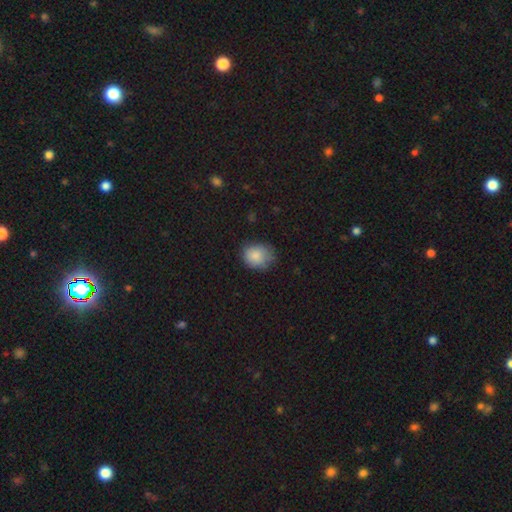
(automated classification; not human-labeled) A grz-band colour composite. It shows a smooth galaxy with no disk features (85%) that is round (60%). Merging: none (65%).